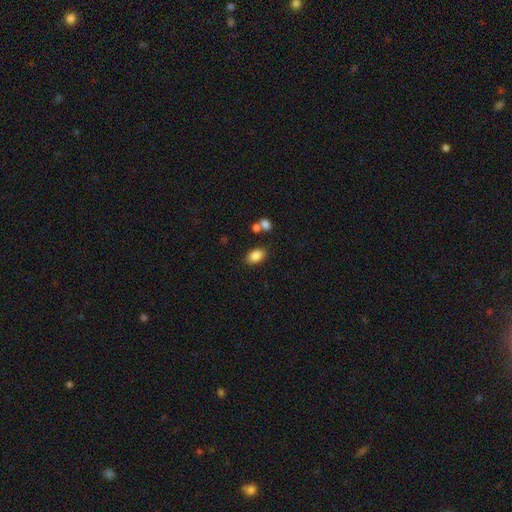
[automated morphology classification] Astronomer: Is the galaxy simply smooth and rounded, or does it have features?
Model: smooth — 86%.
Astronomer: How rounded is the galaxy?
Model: in between — 89%.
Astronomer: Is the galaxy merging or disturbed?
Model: none — 79%.